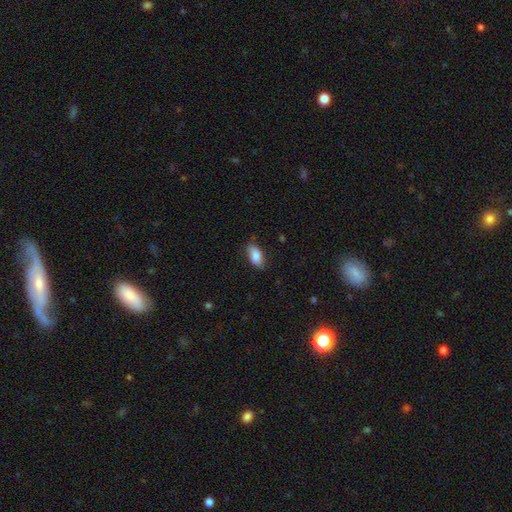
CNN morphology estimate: smooth_or_featured: smooth (p=0.82) [alt: featured or disk p=0.11]
how_rounded: in between (p=0.89) [alt: cigar-shaped p=0.08]
merging: none (p=0.76) [alt: minor disturbance p=0.19]